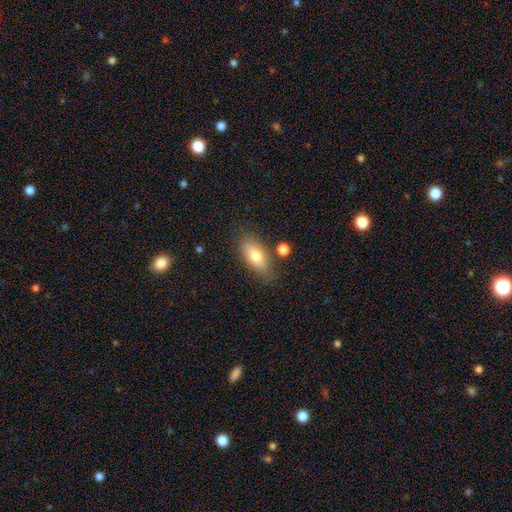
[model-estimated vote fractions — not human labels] Smooth or featured?
  - smooth: 73% *
  - featured or disk: 20%
  - star or artifact: 7%
How rounded?
  - in between: 83% *
  - cigar-shaped: 12%
  - round: 4%
Merging?
  - none: 73% *
  - minor disturbance: 17%
  - merger: 6%
  - major disturbance: 4%